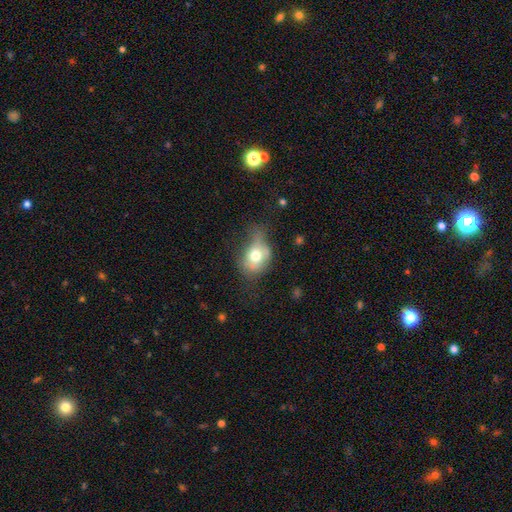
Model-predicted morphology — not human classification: type=smooth (66%); roundness=in between (59%); merging=minor disturbance (36%).